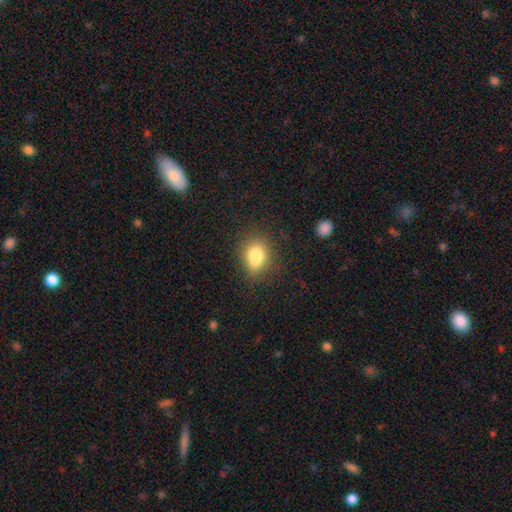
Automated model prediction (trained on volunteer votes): Overall: smooth (82%). How rounded: in between (60%; round 38%). Merging: none (77%).